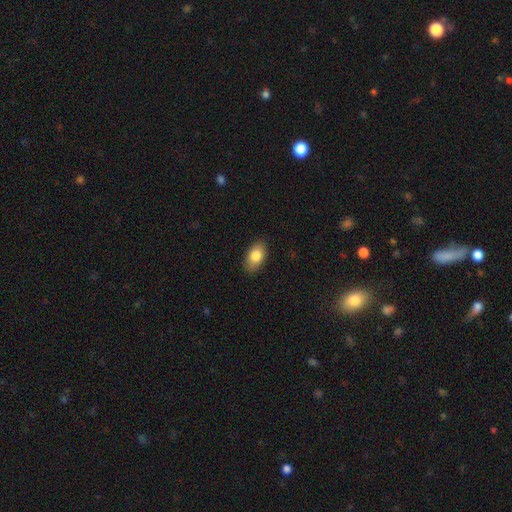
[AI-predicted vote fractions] A smooth galaxy with no disk features (83%) that is in between round and cigar-shaped (92%).

Vote fractions:
- Smooth or featured? smooth: 83% / featured or disk: 10% / star or artifact: 7%
- How rounded? in between: 92% / round: 6% / cigar-shaped: 2%
- Merging? none: 87% / minor disturbance: 10% / major disturbance: 2% / merger: 1%